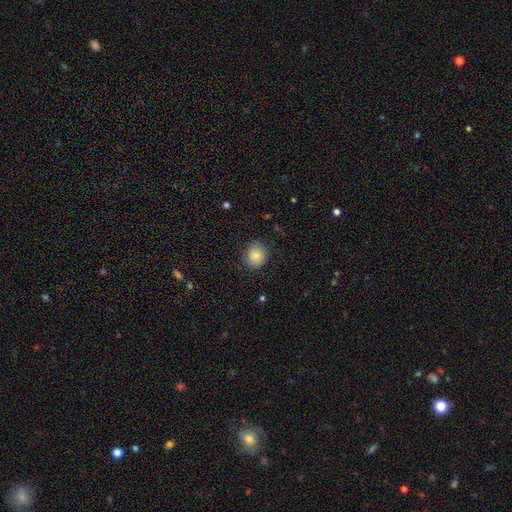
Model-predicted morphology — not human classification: smooth 84%, star or artifact 9%, featured or disk 7%. Down the decision tree: how rounded — round (79%); merging — none (85%).